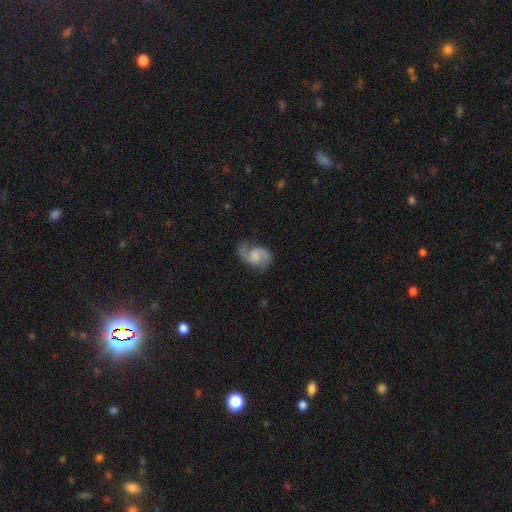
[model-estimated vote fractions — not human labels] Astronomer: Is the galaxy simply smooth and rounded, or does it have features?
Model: featured or disk — 80%.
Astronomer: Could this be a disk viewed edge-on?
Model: no — 98%.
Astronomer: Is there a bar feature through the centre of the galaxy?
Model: no — 50% (runner-up: weak, 43%).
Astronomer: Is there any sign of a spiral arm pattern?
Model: yes — 96%.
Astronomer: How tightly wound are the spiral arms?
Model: medium — 49% (runner-up: loose, 38%).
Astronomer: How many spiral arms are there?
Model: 2 — 88%.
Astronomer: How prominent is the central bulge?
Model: moderate — 33% (runner-up: small, 28%).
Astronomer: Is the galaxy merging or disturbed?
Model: none — 66%.